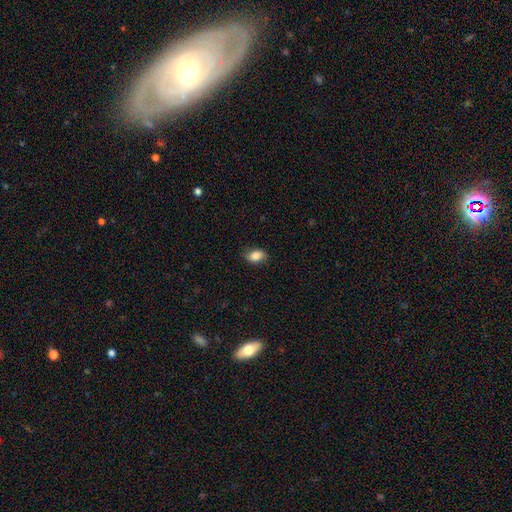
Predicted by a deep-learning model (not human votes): Q: Smooth or featured?
A: smooth (84%); runner-up: star or artifact (8%)
Q: How rounded?
A: in between (83%); runner-up: round (15%)
Q: Merging?
A: none (81%); runner-up: minor disturbance (15%)